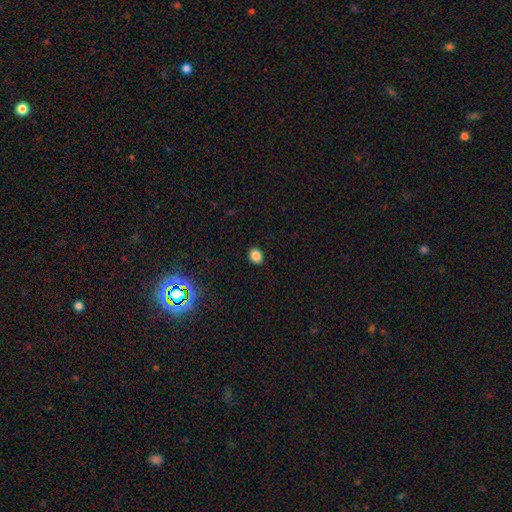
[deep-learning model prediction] smooth 85%, star or artifact 12%, featured or disk 3%. Down the decision tree: how rounded — in between (56%); merging — none (89%).